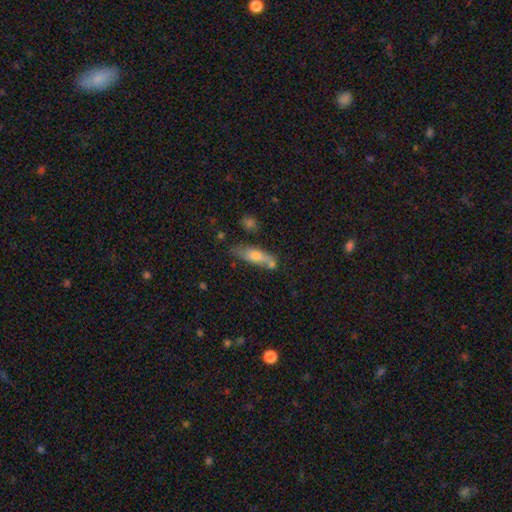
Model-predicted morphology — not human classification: This is likely a smooth galaxy (63%). How rounded: possibly in between (50%). Merging: possibly none (55%).